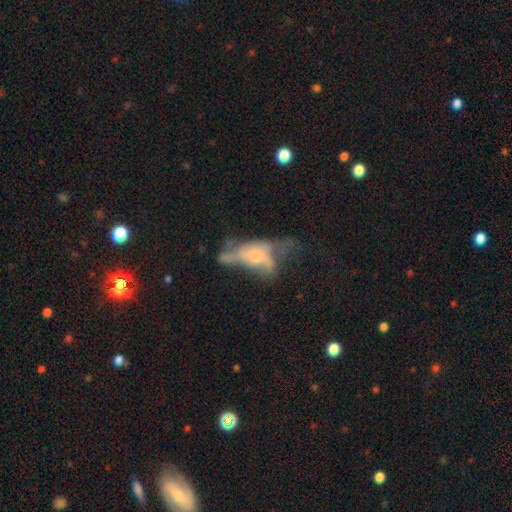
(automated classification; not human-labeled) Smooth or featured?
  - featured or disk: 54% *
  - smooth: 35%
  - star or artifact: 11%
Edge-on disk?
  - no: 80% *
  - yes: 20%
Merging?
  - major disturbance: 45% *
  - none: 19%
  - merger: 18%
  - minor disturbance: 17%